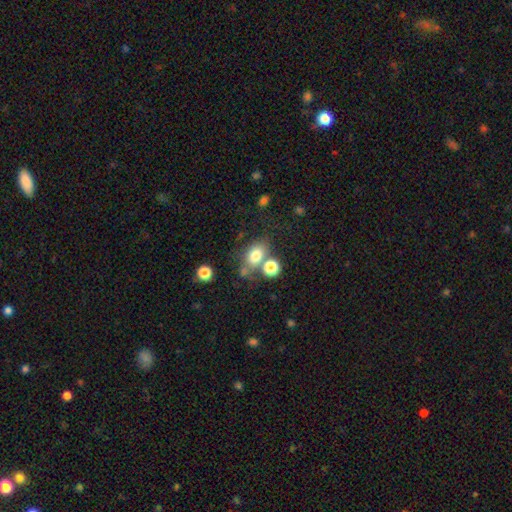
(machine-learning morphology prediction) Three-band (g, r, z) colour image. It shows a smooth galaxy with no disk features (77%) that is in between round and cigar-shaped (64%). Merging: none (55%).